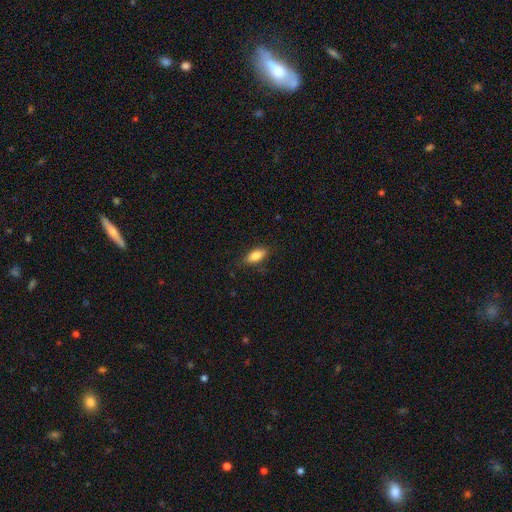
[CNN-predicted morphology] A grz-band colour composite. It shows a smooth galaxy with no disk features (83%) that is in between round and cigar-shaped (81%). Merging: none (81%).